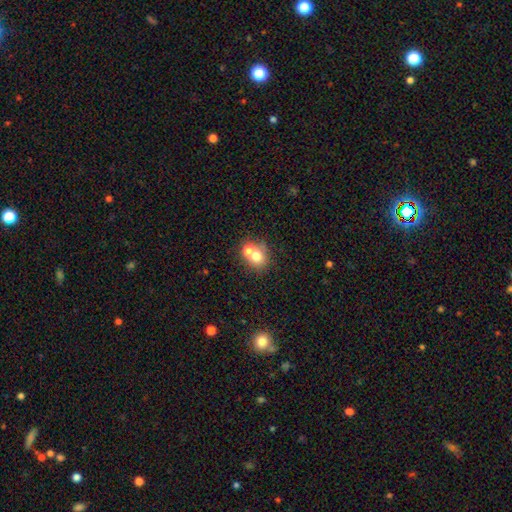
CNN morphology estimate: This is likely a smooth galaxy (69%). How rounded: likely round (61%). Merging: likely merger (61%).